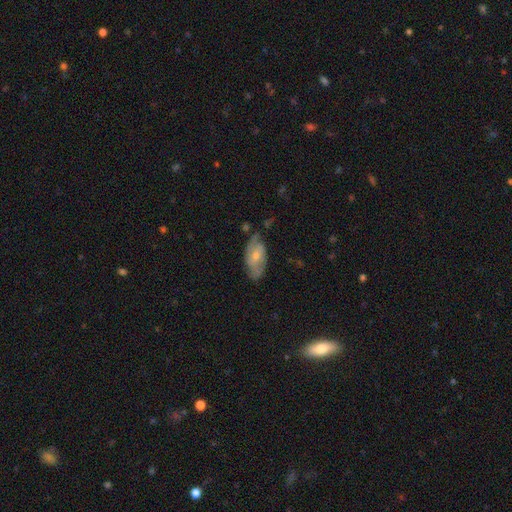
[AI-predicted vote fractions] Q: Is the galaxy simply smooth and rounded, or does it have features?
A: featured or disk — 60%.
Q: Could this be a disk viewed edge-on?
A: no — 92%.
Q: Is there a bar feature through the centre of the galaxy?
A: no — 51%.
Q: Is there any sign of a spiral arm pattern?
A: yes — 80%.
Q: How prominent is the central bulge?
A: small — 47%.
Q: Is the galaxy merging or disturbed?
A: none — 59%.